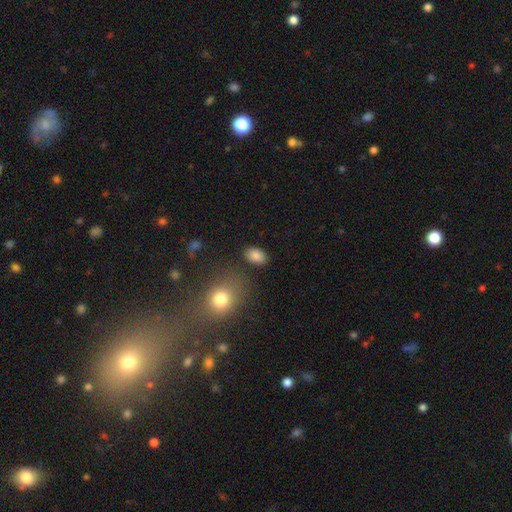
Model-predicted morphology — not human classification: Q: Smooth or featured?
A: smooth (85%); runner-up: star or artifact (9%)
Q: How rounded?
A: in between (87%); runner-up: round (11%)
Q: Merging?
A: none (82%); runner-up: minor disturbance (11%)